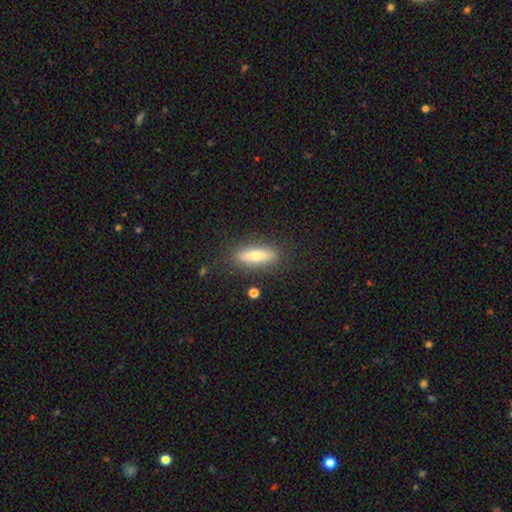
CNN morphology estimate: smooth_or_featured: smooth (p=0.65) [alt: featured or disk p=0.28]
how_rounded: cigar-shaped (p=0.51) [alt: in between p=0.46]
merging: none (p=0.84) [alt: minor disturbance p=0.11]